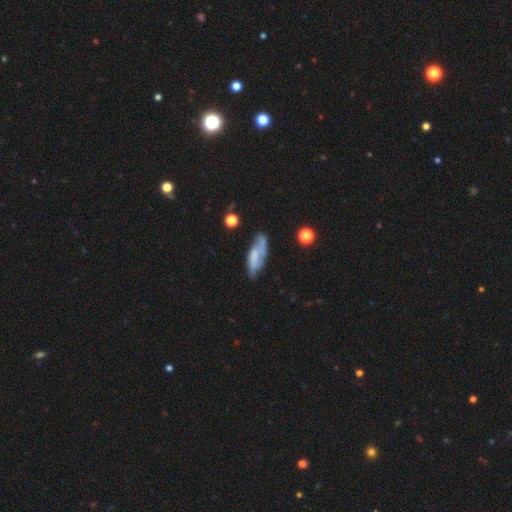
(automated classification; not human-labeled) This appears to be a smooth galaxy with no disk features (51%) that is in between round and cigar-shaped (59%). Merging: none (46%).